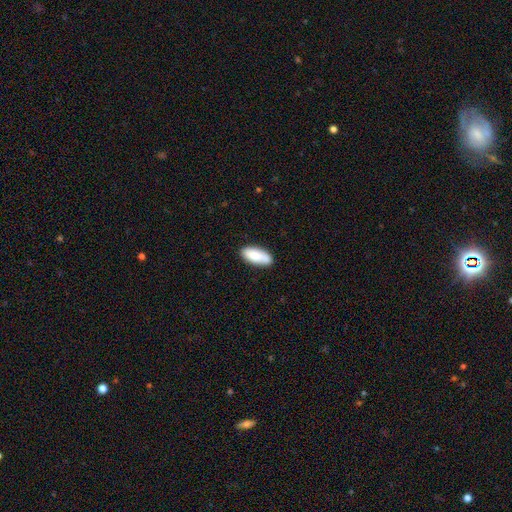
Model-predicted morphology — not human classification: This is clearly a smooth galaxy (83%). How rounded: clearly in between (84%). Merging: likely none (77%).